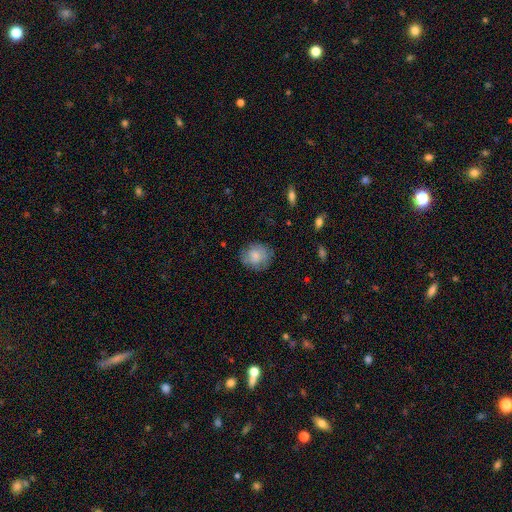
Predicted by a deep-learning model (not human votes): Morphology: type=smooth (71%); roundness=round (73%); merging=none (73%).